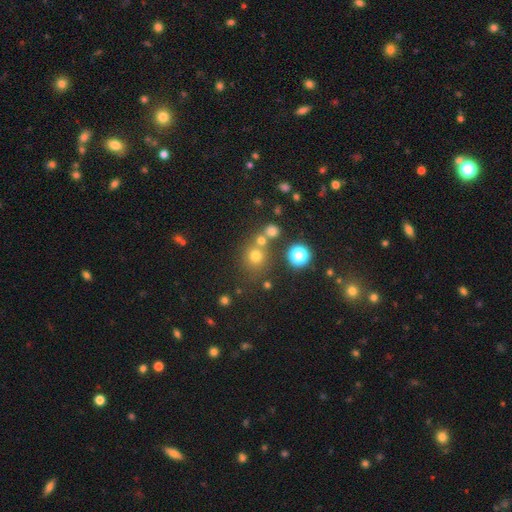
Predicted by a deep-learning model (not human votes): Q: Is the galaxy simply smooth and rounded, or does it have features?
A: smooth — 69%.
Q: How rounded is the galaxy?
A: round — 89%.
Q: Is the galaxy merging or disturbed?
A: none — 67%.